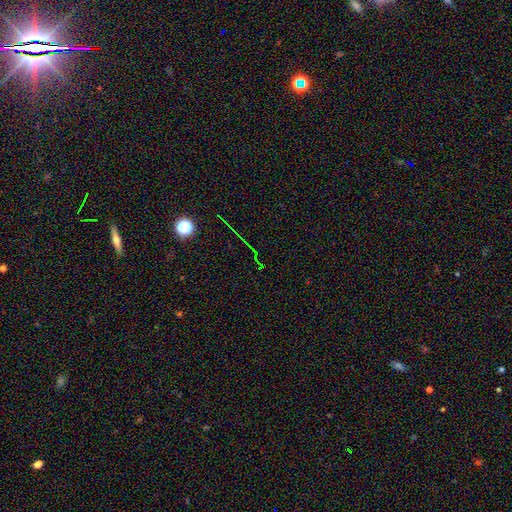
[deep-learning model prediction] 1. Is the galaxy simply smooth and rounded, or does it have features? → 79% star or artifact, 11% smooth, 11% featured or disk.